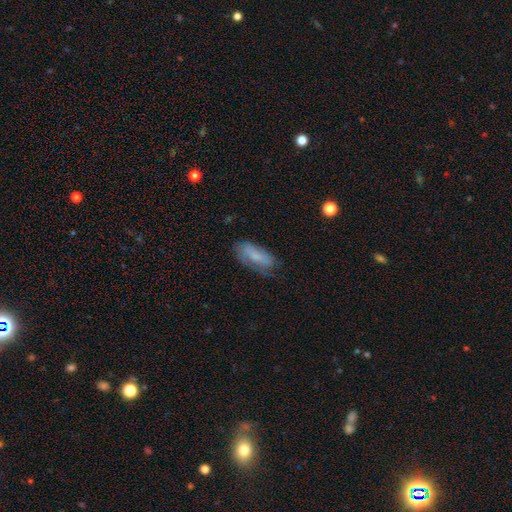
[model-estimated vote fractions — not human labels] Overall: smooth (58%; featured or disk 34%). How rounded: in between (76%). Merging: none (58%; minor disturbance 28%).